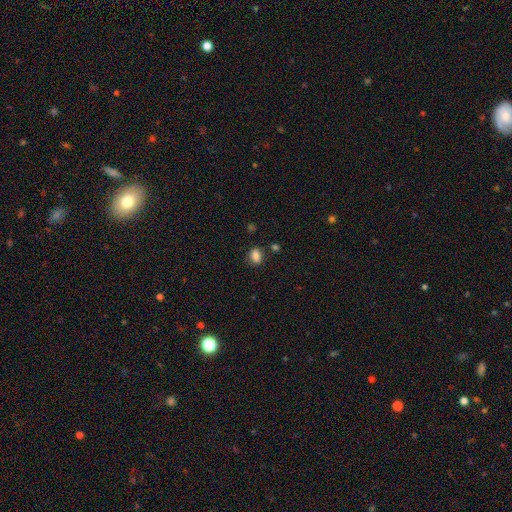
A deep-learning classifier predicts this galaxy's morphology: Q: Smooth or featured?
A: smooth (85%); runner-up: star or artifact (11%)
Q: How rounded?
A: in between (74%); runner-up: round (24%)
Q: Merging?
A: none (80%); runner-up: minor disturbance (13%)